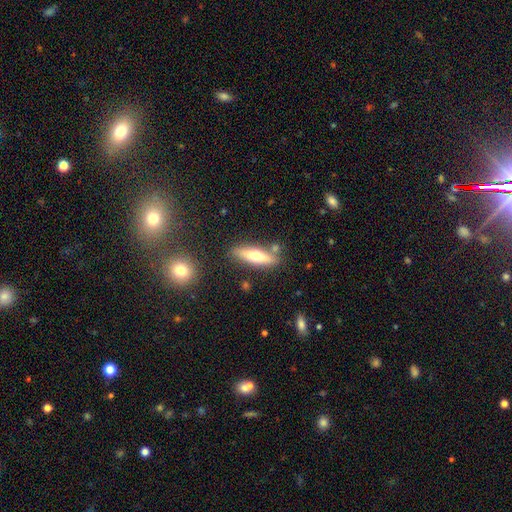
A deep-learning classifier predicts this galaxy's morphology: type=smooth (55%); roundness=cigar-shaped (66%); merging=none (79%).